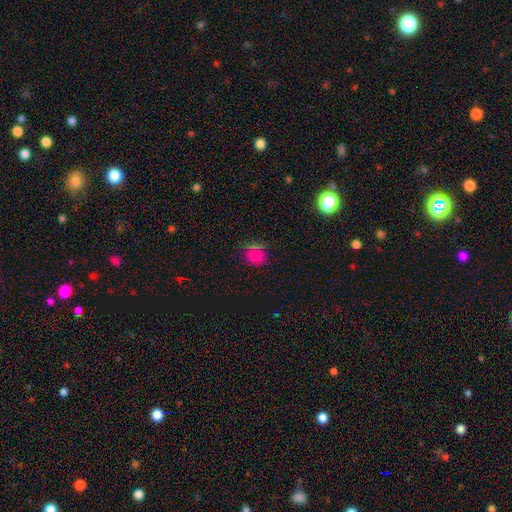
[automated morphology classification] This is likely a smooth galaxy (70%). How rounded: likely round (75%). Merging: clearly none (81%).